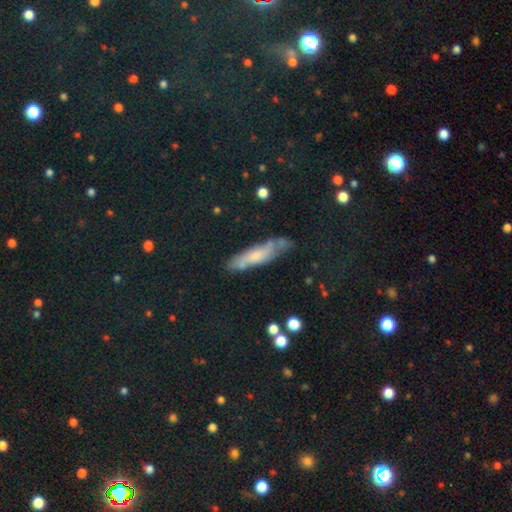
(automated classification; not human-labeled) This is possibly a smooth galaxy (55%). How rounded: likely cigar-shaped (69%). Merging: likely none (67%).